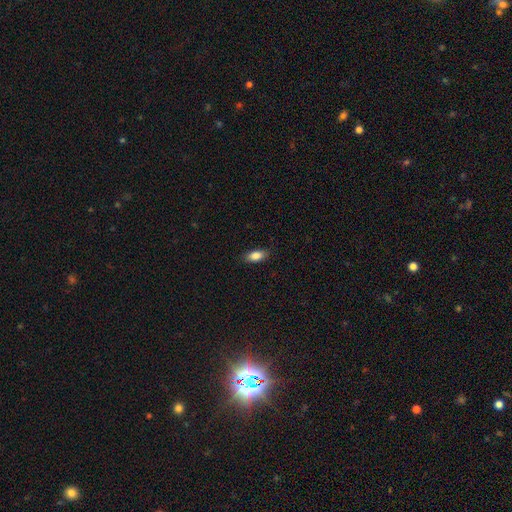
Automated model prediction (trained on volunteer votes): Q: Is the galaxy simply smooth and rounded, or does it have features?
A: smooth — 85%.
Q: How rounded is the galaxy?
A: in between — 87%.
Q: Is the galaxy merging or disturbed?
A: none — 85%.